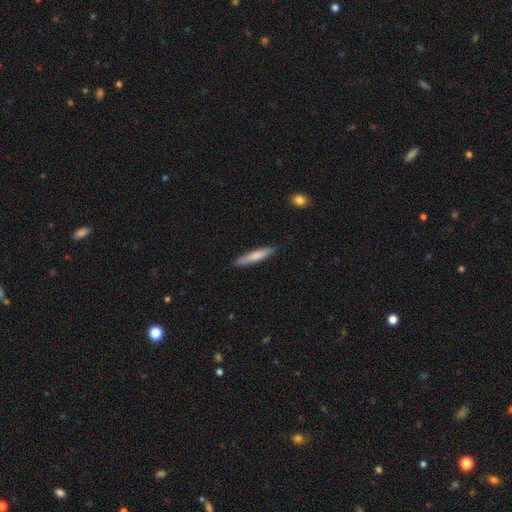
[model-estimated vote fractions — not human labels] Smooth or featured? Predicted: smooth (p=0.74). How rounded? Predicted: cigar-shaped (p=0.90). Merging? Predicted: none (p=0.86).